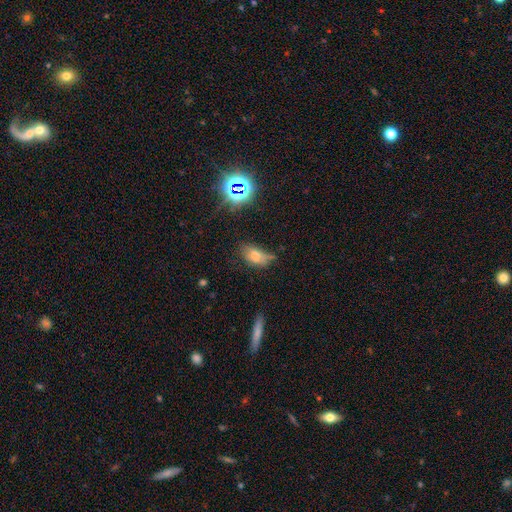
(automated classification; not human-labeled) smooth-or-featured: smooth: 64% | star or artifact: 18% | featured or disk: 18%
  how-rounded: in between: 89% | round: 7% | cigar-shaped: 4%
  merging: none: 44% | minor disturbance: 35% | major disturbance: 16% | merger: 6%